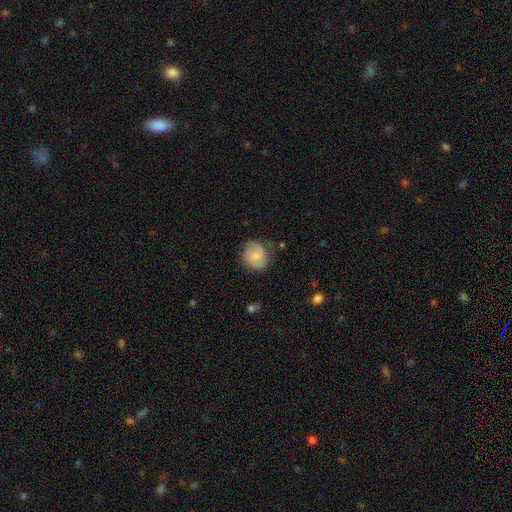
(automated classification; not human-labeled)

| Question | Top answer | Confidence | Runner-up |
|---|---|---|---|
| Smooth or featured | smooth | 66% | featured or disk (27%) |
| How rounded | round | 66% | in between (34%) |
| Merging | none | 69% | minor disturbance (23%) |